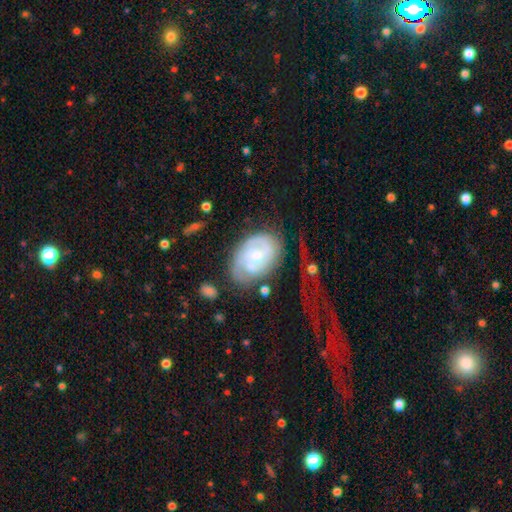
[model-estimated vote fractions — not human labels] Overall: featured or disk (73%). Edge-on disk: no (97%). Bar: no (56%; weak 38%). Spiral arms: yes (87%). Spiral arm count: 2 (48%; can't tell 29%). Spiral winding: tight (51%; medium 36%). Bulge size: small (49%; moderate 40%). Merging: none (49%; minor disturbance 23%).